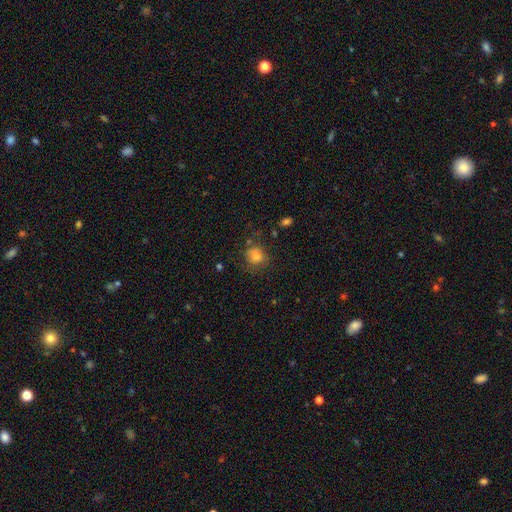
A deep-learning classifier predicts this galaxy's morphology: Overall: smooth (77%). How rounded: round (81%). Merging: none (73%).